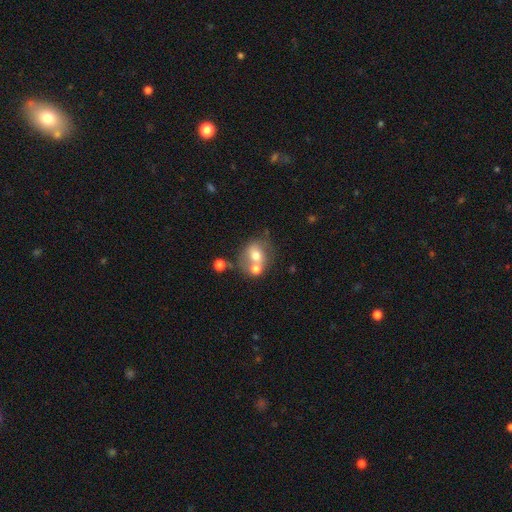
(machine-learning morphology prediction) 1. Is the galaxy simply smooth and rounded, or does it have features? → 63% smooth, 26% featured or disk, 11% star or artifact.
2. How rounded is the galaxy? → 64% round, 35% in between, 1% cigar-shaped.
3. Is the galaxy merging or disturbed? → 46% merger, 38% none, 11% minor disturbance, 5% major disturbance.